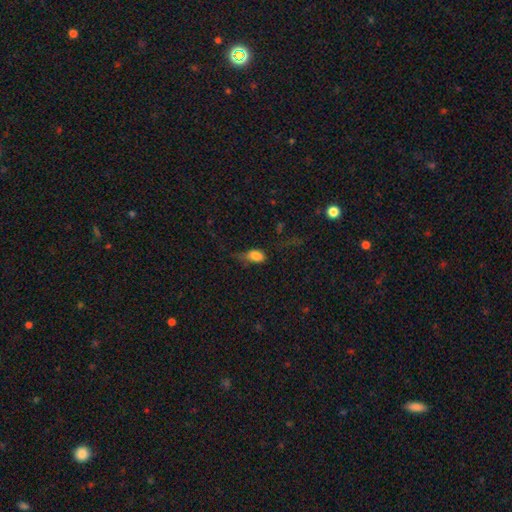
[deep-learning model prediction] smooth 77%, star or artifact 11%, featured or disk 11%. Down the decision tree: how rounded — in between (87%); merging — major disturbance (34%).